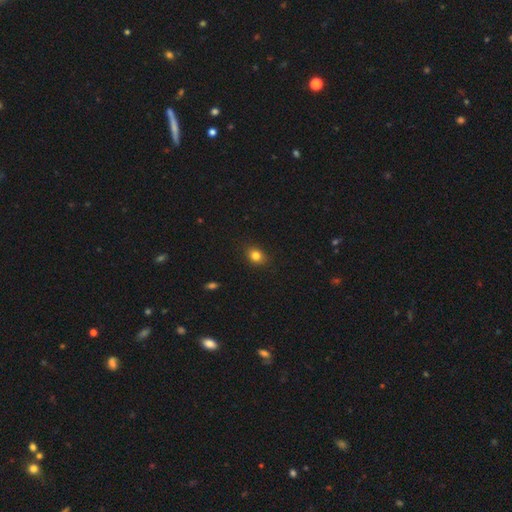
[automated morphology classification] Q: Smooth or featured?
A: smooth (82%); runner-up: star or artifact (12%)
Q: How rounded?
A: round (53%); runner-up: in between (46%)
Q: Merging?
A: none (88%); runner-up: minor disturbance (9%)